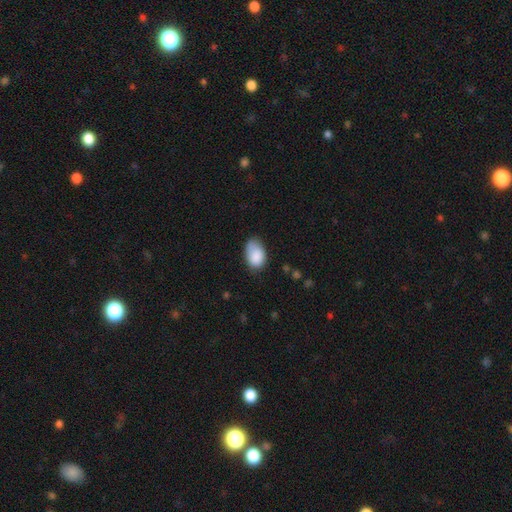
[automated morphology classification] Q: Smooth or featured?
A: smooth (86%); runner-up: featured or disk (7%)
Q: How rounded?
A: in between (88%); runner-up: round (10%)
Q: Merging?
A: none (56%); runner-up: minor disturbance (33%)